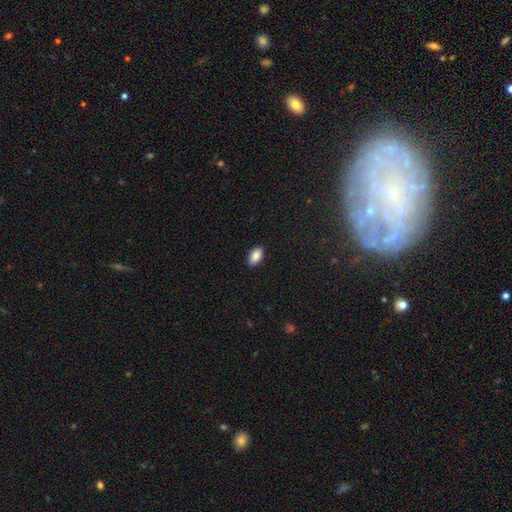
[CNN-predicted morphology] A smooth galaxy with no disk features (88%) that is in between round and cigar-shaped (94%).

Vote fractions:
- Smooth or featured? smooth: 88% / star or artifact: 7% / featured or disk: 4%
- How rounded? in between: 94% / round: 4% / cigar-shaped: 2%
- Merging? none: 89% / minor disturbance: 8% / major disturbance: 2% / merger: 1%